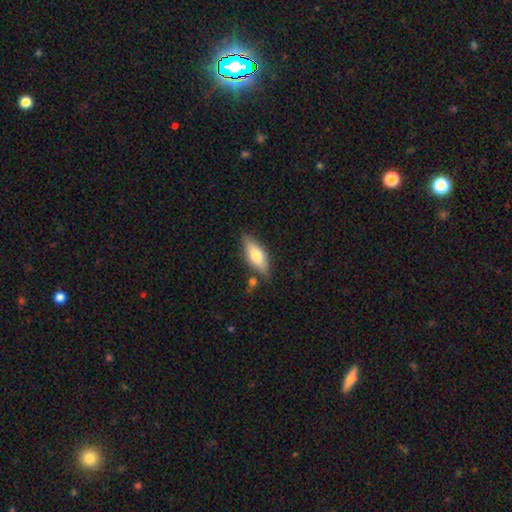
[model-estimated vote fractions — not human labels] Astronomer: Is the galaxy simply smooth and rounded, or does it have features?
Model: smooth — 66%.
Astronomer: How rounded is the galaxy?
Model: in between — 69%.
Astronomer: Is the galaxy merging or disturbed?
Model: none — 74%.